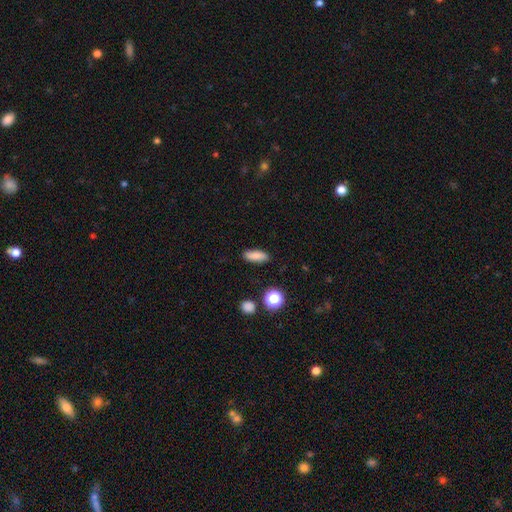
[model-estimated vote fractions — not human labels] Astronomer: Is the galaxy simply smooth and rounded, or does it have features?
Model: smooth — 83%.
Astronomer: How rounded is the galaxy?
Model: in between — 56% (runner-up: cigar-shaped, 39%).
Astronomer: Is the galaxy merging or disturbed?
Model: none — 87%.